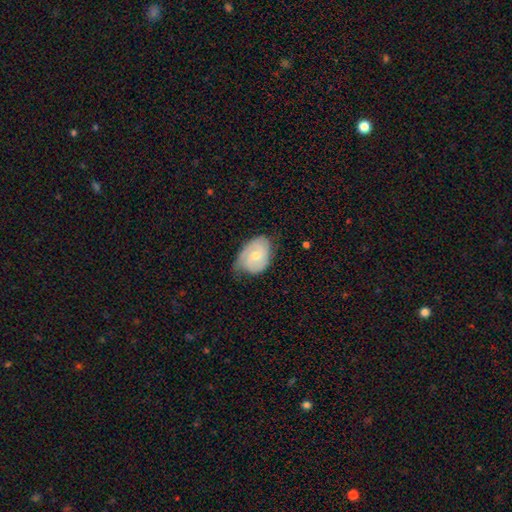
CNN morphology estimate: Smooth or featured: featured or disk — 52% (smooth — 43%)
Edge-on disk: no — 96% (yes — 4%)
Merging: none — 47% (minor disturbance — 39%)